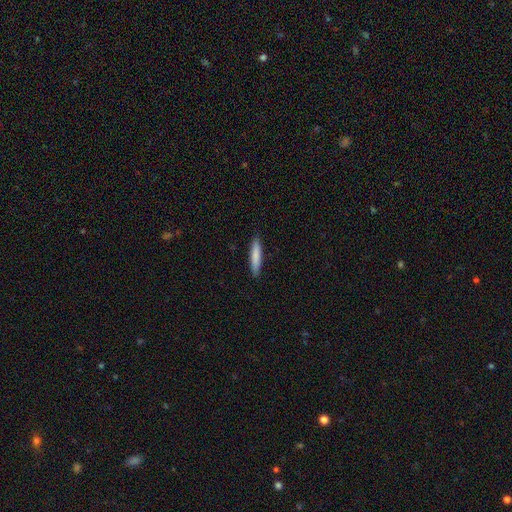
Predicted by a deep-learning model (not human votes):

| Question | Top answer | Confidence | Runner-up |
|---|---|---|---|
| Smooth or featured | smooth | 82% | featured or disk (13%) |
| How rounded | cigar-shaped | 89% | in between (10%) |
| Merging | none | 90% | minor disturbance (8%) |